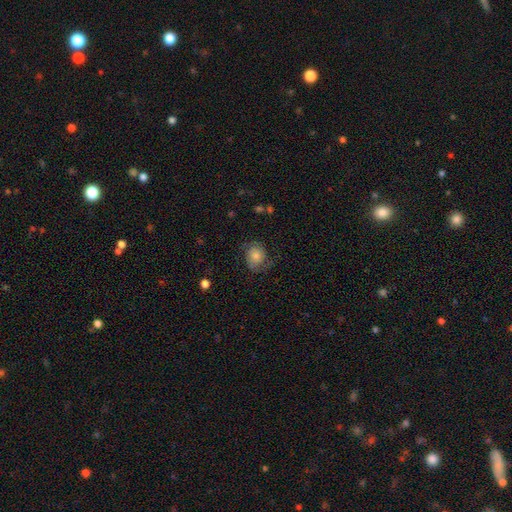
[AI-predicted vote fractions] smooth_or_featured: featured or disk (p=0.57) [alt: smooth p=0.34]
disk_edge_on: no (p=0.98) [alt: yes p=0.02]
bar: no (p=0.78) [alt: weak p=0.19]
has_spiral_arms: yes (p=0.90) [alt: no p=0.10]
spiral_winding: medium (p=0.43) [alt: loose p=0.31]
spiral_arm_count: 2 (p=0.88) [alt: can't tell p=0.05]
bulge_size: moderate (p=0.39) [alt: small p=0.32]
merging: none (p=0.67) [alt: minor disturbance p=0.19]